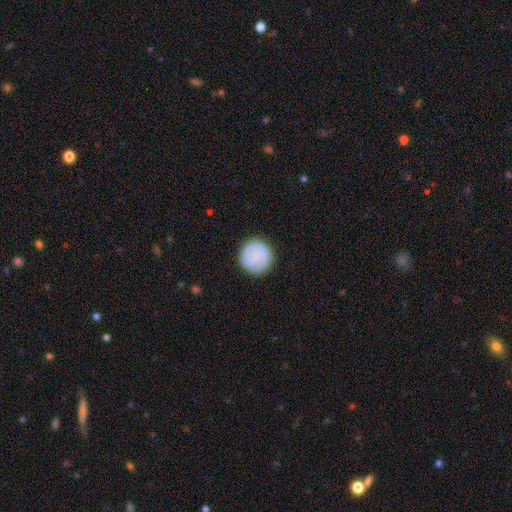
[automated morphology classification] Overall: smooth (64%; featured or disk 29%). How rounded: round (93%). Merging: none (87%).